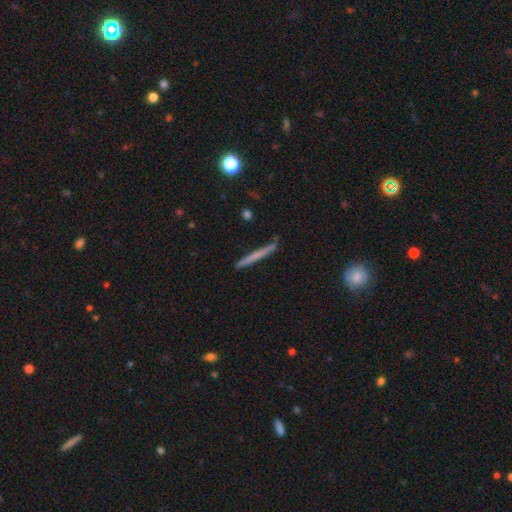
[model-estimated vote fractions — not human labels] Morphology: type=smooth (54%); roundness=cigar-shaped (96%); merging=none (87%).